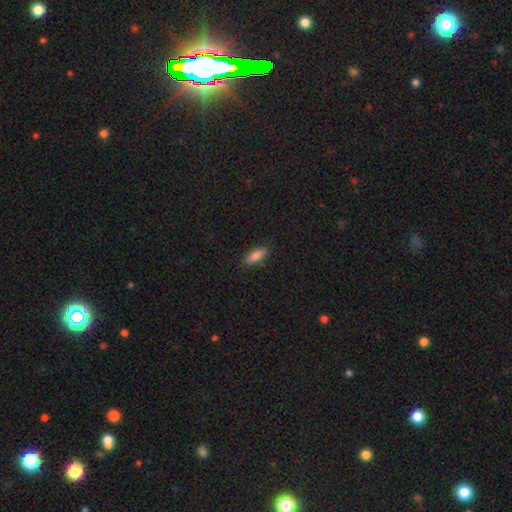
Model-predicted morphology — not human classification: Q: Smooth or featured?
A: smooth (85%); runner-up: featured or disk (8%)
Q: How rounded?
A: in between (67%); runner-up: cigar-shaped (31%)
Q: Merging?
A: none (85%); runner-up: minor disturbance (12%)